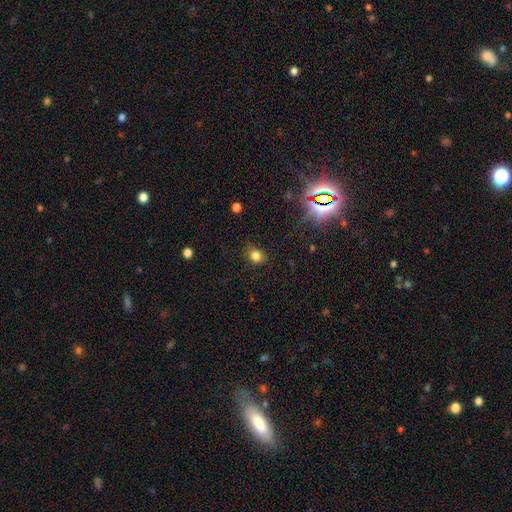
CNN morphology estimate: smooth 80%, star or artifact 15%, featured or disk 6%. Down the decision tree: how rounded — round (62%); merging — none (79%).